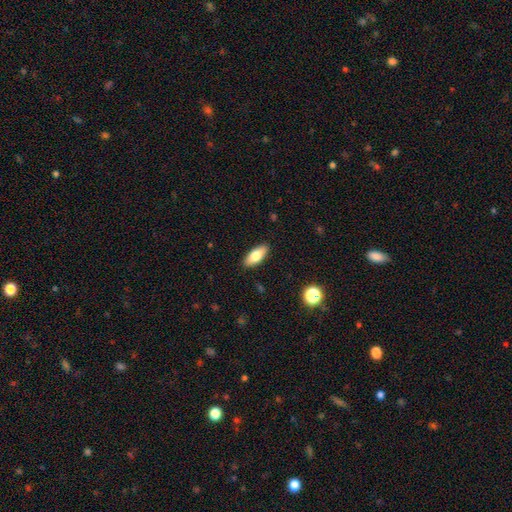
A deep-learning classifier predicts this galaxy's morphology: Smooth or featured?
  - smooth: 74% *
  - featured or disk: 20%
  - star or artifact: 7%
How rounded?
  - in between: 77% *
  - cigar-shaped: 20%
  - round: 3%
Merging?
  - none: 89% *
  - minor disturbance: 8%
  - major disturbance: 2%
  - merger: 1%